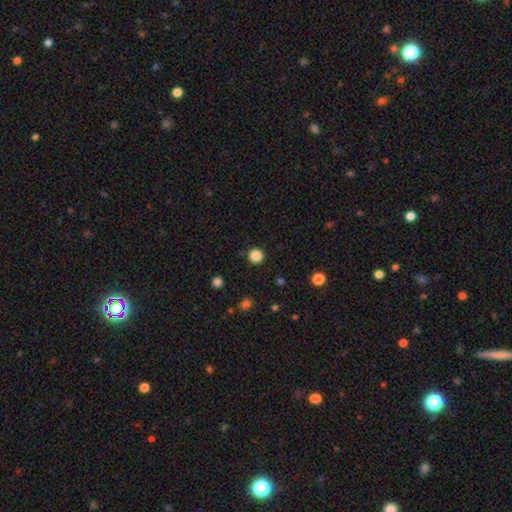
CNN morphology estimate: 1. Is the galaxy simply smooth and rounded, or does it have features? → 86% smooth, 11% star or artifact, 3% featured or disk.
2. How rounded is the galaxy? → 95% round, 4% in between, 1% cigar-shaped.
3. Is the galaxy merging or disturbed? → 91% none, 6% minor disturbance, 2% major disturbance, 1% merger.